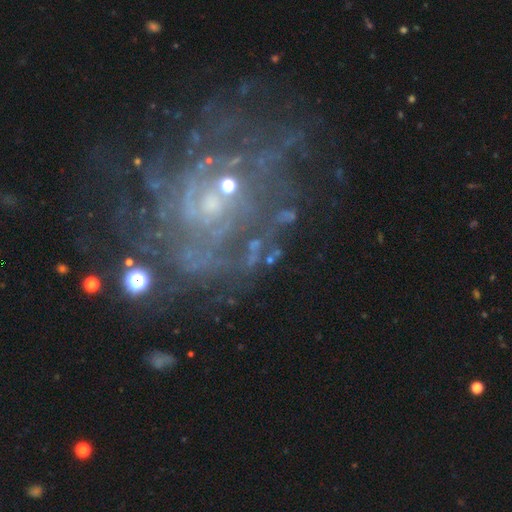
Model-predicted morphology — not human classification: smooth-or-featured: featured or disk: 80% | star or artifact: 12% | smooth: 8%
  disk-edge-on: no: 97% | yes: 3%
    bar: no: 74% | weak: 20% | strong: 5%
    has-spiral-arms: yes: 84% | no: 16%
      spiral-winding: tight: 60% | medium: 29% | loose: 11%
      spiral-arm-count: can't tell: 46% | 2: 14% | 3: 12% | more than 4: 11% | 4: 10% | 1: 7%
    bulge-size: small: 56% | moderate: 33% | none: 7% | large: 3% | dominant: 1%
  merging: none: 63% | minor disturbance: 17% | major disturbance: 16% | merger: 4%